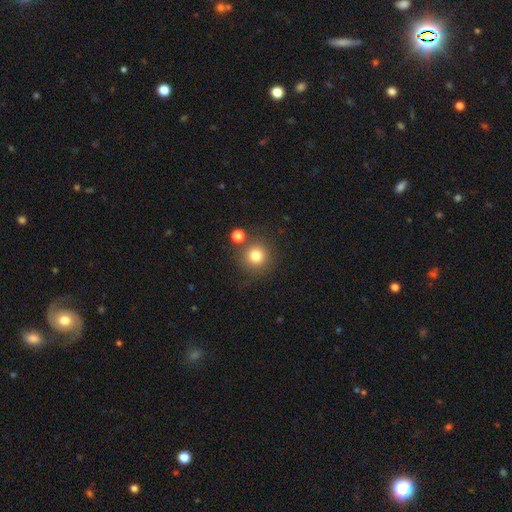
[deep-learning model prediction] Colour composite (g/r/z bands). It shows a smooth galaxy with no disk features (79%) that is round (94%). Merging: none (80%).